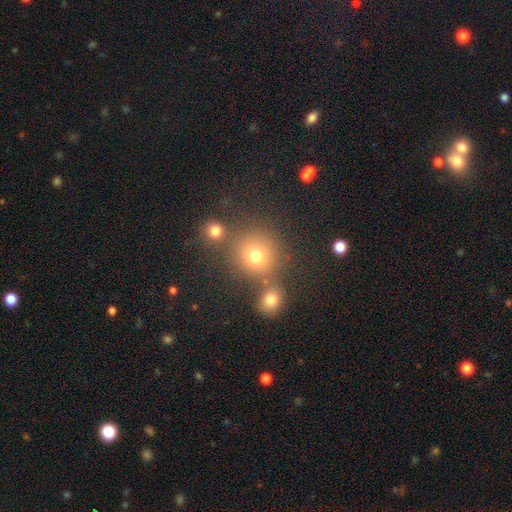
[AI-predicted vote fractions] Q: Smooth or featured?
A: smooth (75%); runner-up: star or artifact (18%)
Q: How rounded?
A: round (90%); runner-up: in between (9%)
Q: Merging?
A: none (70%); runner-up: merger (17%)